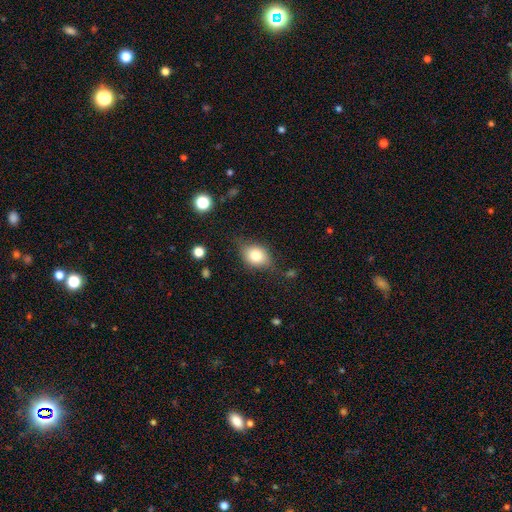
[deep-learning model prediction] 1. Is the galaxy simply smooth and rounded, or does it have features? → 74% smooth, 17% featured or disk, 9% star or artifact.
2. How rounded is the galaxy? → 56% in between, 42% round, 2% cigar-shaped.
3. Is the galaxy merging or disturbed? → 63% none, 27% minor disturbance, 8% major disturbance, 2% merger.